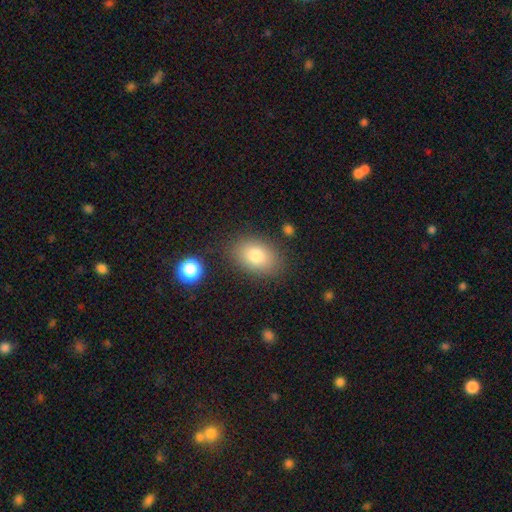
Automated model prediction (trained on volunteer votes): This is likely a smooth galaxy (79%). How rounded: clearly in between (81%). Merging: clearly none (83%).